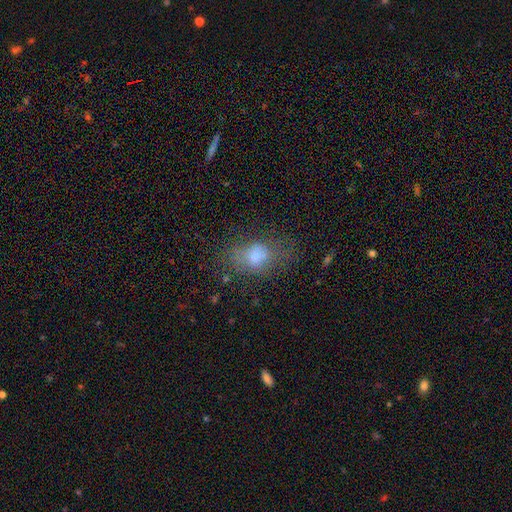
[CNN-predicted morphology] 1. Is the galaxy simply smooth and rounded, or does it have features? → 72% smooth, 17% featured or disk, 12% star or artifact.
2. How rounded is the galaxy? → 69% in between, 29% round, 2% cigar-shaped.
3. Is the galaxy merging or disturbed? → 43% none, 27% major disturbance, 27% minor disturbance, 3% merger.